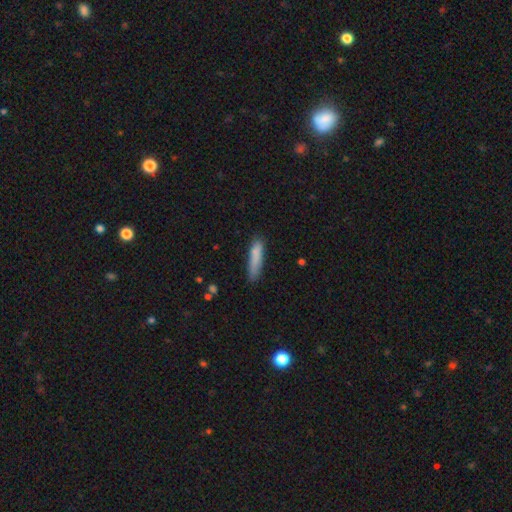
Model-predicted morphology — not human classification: Smooth or featured? Predicted: smooth (p=0.81). How rounded? Predicted: cigar-shaped (p=0.81). Merging? Predicted: none (p=0.68).